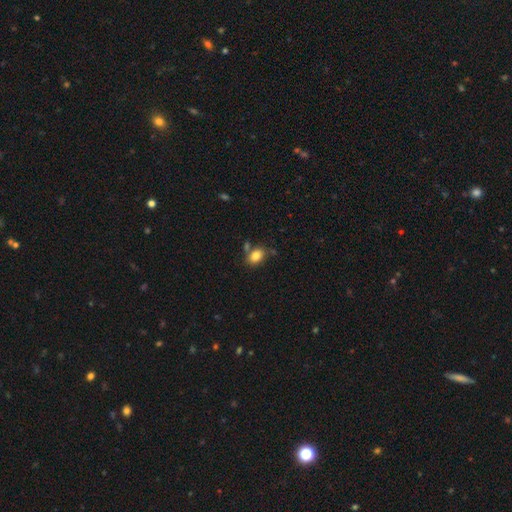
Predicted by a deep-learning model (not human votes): This is clearly a smooth galaxy (83%). How rounded: likely in between (77%). Merging: likely none (67%).